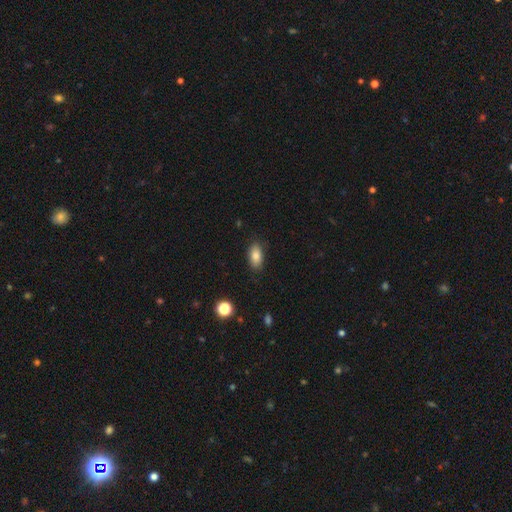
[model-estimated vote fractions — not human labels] Smooth or featured? Predicted: smooth (p=0.83). How rounded? Predicted: in between (p=0.90). Merging? Predicted: none (p=0.85).